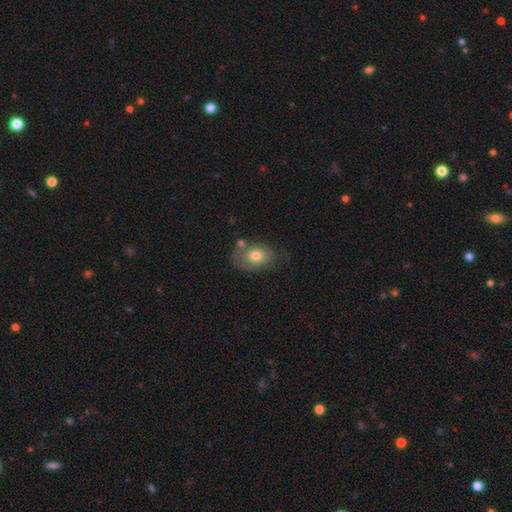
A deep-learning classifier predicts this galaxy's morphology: This appears to be a smooth galaxy with no disk features (72%) that is in between round and cigar-shaped (70%). Merging: none (50%).